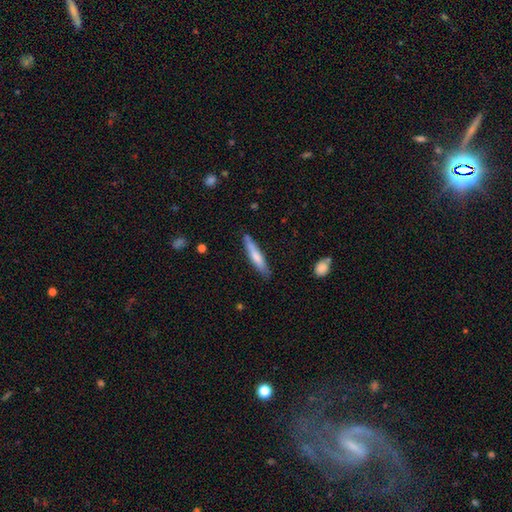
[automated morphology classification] Smooth or featured?
  - smooth: 68% *
  - featured or disk: 27%
  - star or artifact: 5%
How rounded?
  - cigar-shaped: 90% *
  - in between: 9%
  - round: 1%
Merging?
  - none: 81% *
  - minor disturbance: 15%
  - major disturbance: 3%
  - merger: 2%